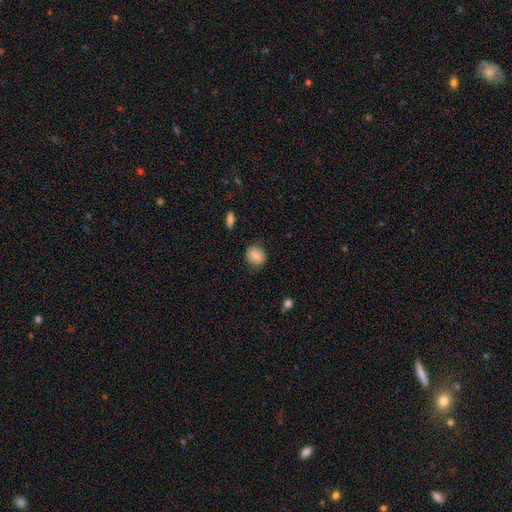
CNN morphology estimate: Smooth or featured?
  - smooth: 84% *
  - star or artifact: 8%
  - featured or disk: 8%
How rounded?
  - round: 71% *
  - in between: 28%
  - cigar-shaped: 1%
Merging?
  - none: 83% *
  - minor disturbance: 13%
  - major disturbance: 3%
  - merger: 1%